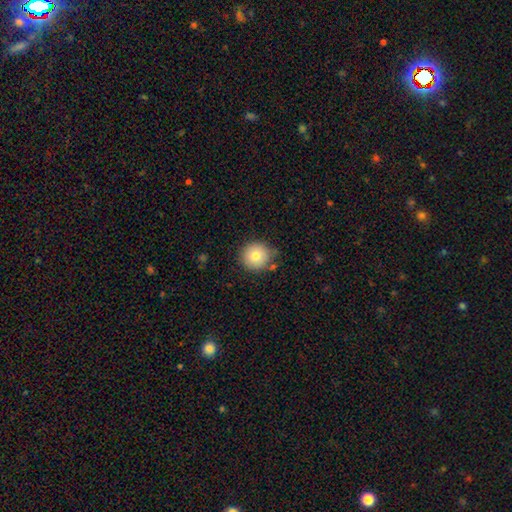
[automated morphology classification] The model was most divided on "merging": none: 80%, minor disturbance: 13%, merger: 3%, major disturbance: 3%. More confident: how rounded — round (94%); smooth or featured — smooth (79%).